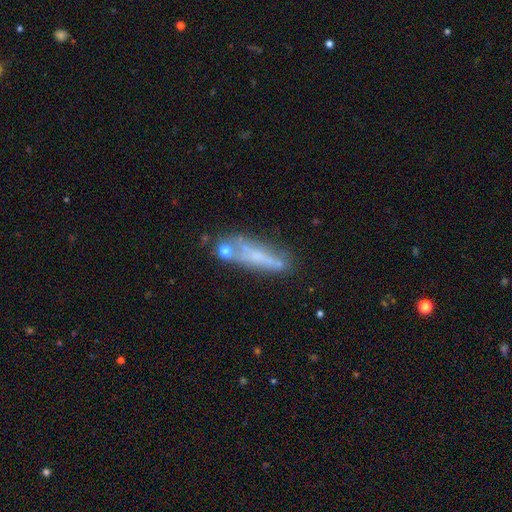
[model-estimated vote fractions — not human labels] This appears to be a featured or disk galaxy (48%). Merging: none (52%).